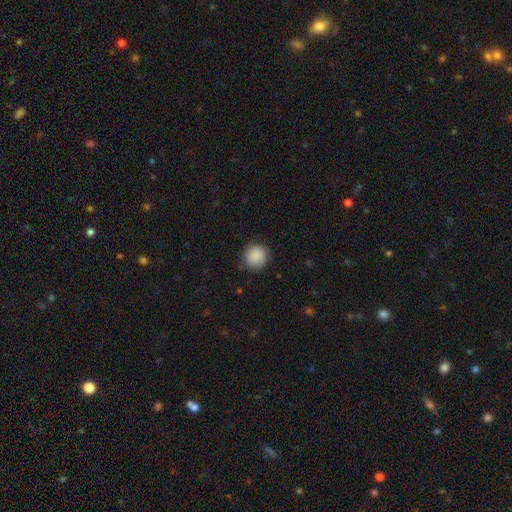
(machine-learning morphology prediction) This is clearly a smooth galaxy (87%). How rounded: clearly round (92%). Merging: clearly none (82%).